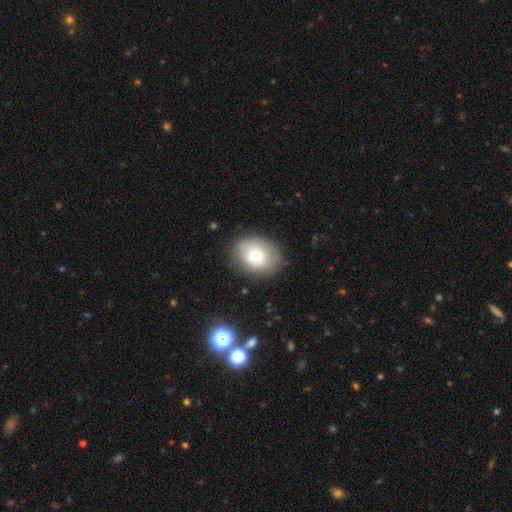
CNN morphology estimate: A smooth galaxy with no disk features (66%) that is in between round and cigar-shaped (52%). Merging: none (82%).